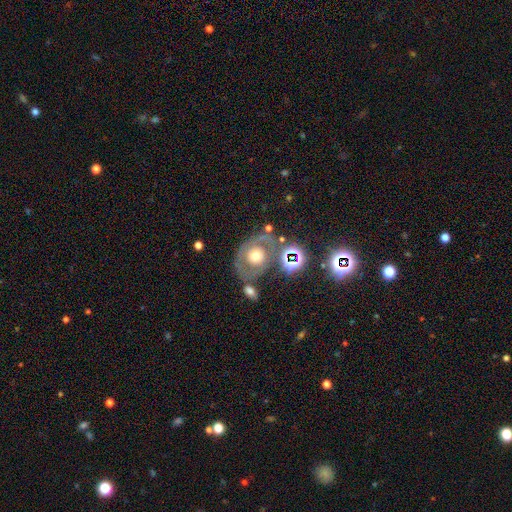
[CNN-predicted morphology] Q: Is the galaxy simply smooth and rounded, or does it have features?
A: featured or disk — 55%.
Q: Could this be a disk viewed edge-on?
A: no — 94%.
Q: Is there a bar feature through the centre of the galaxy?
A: no — 85%.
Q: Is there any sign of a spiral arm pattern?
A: no — 66%.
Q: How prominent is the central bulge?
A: moderate — 59%.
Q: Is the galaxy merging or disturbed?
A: none — 59%.